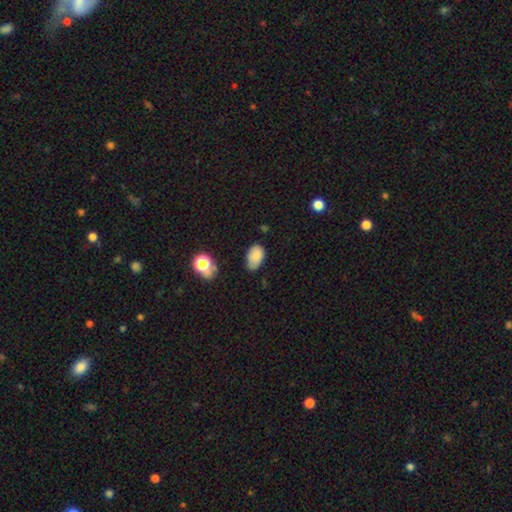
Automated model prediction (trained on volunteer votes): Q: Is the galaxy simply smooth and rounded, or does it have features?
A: smooth — 81%.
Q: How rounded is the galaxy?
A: in between — 91%.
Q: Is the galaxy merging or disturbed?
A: none — 55%.